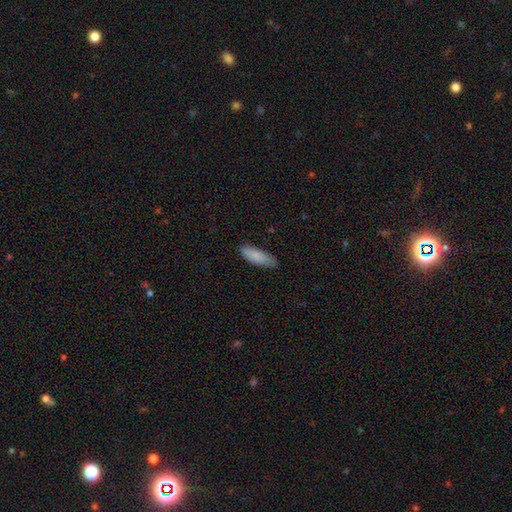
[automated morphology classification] This appears to be a smooth galaxy with no disk features (87%) that is in between round and cigar-shaped (57%). Merging: none (83%).